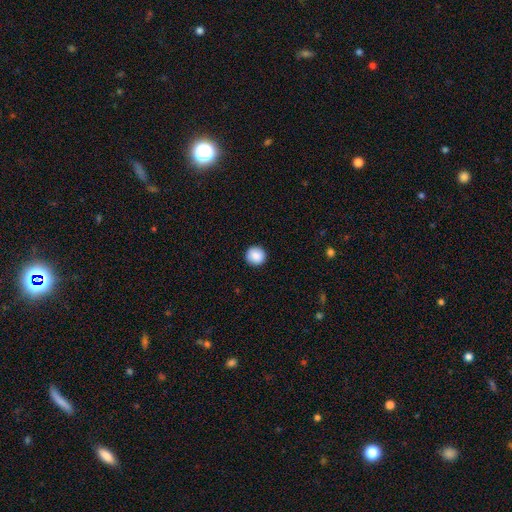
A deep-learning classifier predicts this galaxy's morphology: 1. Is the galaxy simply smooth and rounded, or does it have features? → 88% smooth, 8% star or artifact, 4% featured or disk.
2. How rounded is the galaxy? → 94% round, 5% in between, 1% cigar-shaped.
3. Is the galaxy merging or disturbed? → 92% none, 5% minor disturbance, 2% major disturbance, 1% merger.